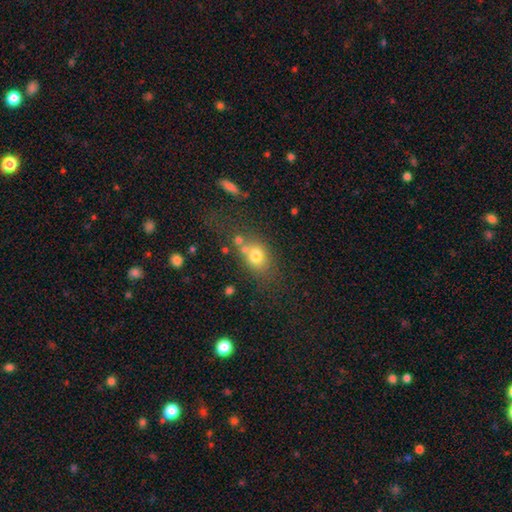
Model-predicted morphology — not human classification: A smooth galaxy with no disk features (73%) that is in between round and cigar-shaped (55%). Merging: none (49%).